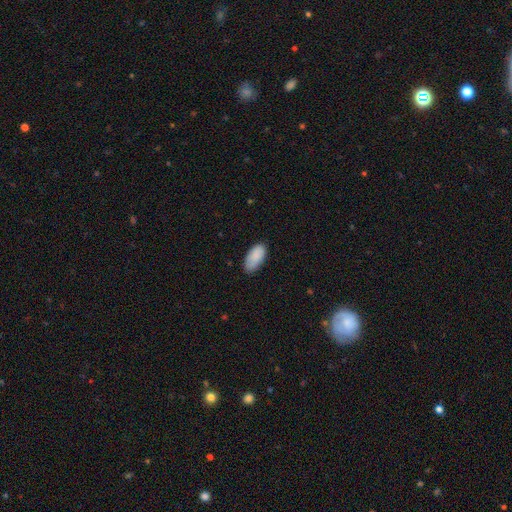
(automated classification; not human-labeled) This is clearly a smooth galaxy (89%). How rounded: clearly in between (94%). Merging: likely none (75%).